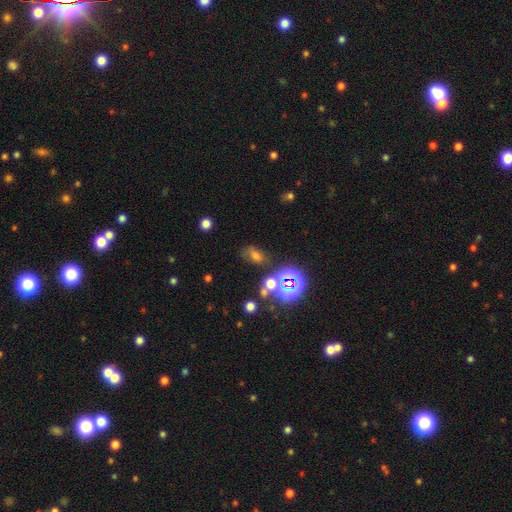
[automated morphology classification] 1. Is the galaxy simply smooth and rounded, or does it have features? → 53% smooth, 34% star or artifact, 13% featured or disk.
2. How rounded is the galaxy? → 75% in between, 22% round, 3% cigar-shaped.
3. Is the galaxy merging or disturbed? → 61% none, 19% minor disturbance, 12% merger, 9% major disturbance.